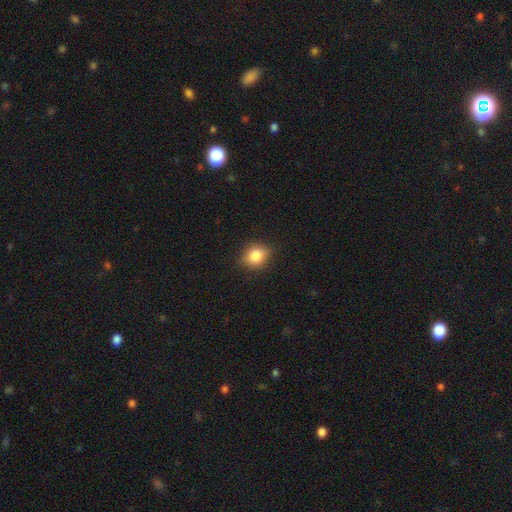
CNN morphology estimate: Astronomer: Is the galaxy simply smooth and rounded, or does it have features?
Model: smooth — 83%.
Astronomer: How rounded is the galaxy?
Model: round — 63%.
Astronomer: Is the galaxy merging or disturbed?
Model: none — 84%.